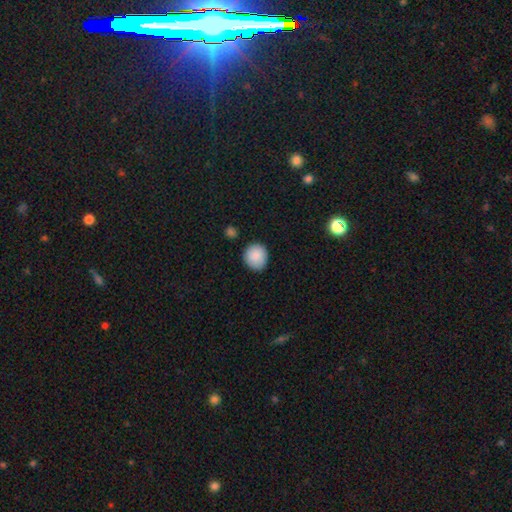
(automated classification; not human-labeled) This appears to be a smooth galaxy with no disk features (89%) that is round (89%). Merging: none (87%).